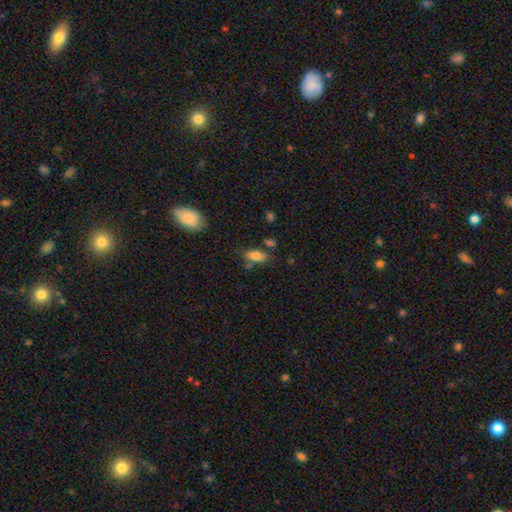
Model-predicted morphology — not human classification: smooth-or-featured: smooth: 80% | featured or disk: 11% | star or artifact: 9%
  how-rounded: in between: 84% | cigar-shaped: 12% | round: 4%
  merging: none: 65% | minor disturbance: 18% | merger: 12% | major disturbance: 6%